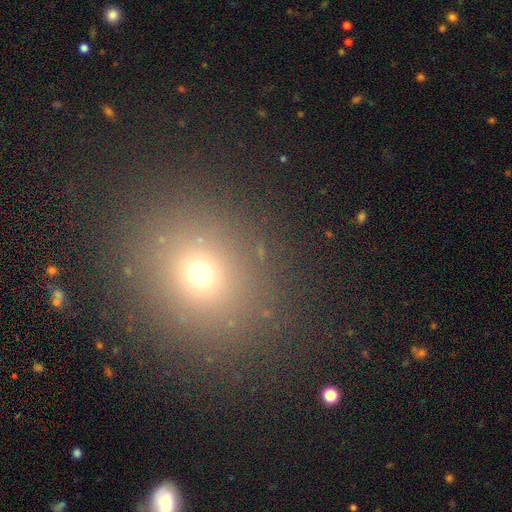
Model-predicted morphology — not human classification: Smooth or featured?
  - smooth: 64% *
  - star or artifact: 27%
  - featured or disk: 9%
How rounded?
  - round: 75% *
  - in between: 24%
  - cigar-shaped: 1%
Merging?
  - none: 88% *
  - minor disturbance: 7%
  - major disturbance: 3%
  - merger: 2%